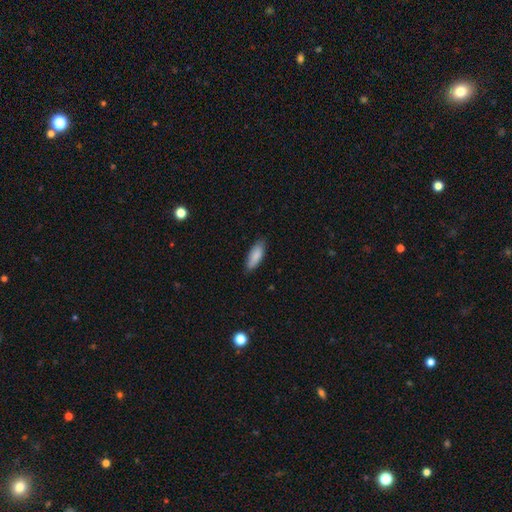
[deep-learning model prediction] The model was most divided on "how rounded": in between: 71%, cigar-shaped: 28%, round: 2%. More confident: smooth or featured — smooth (87%); merging — none (80%).